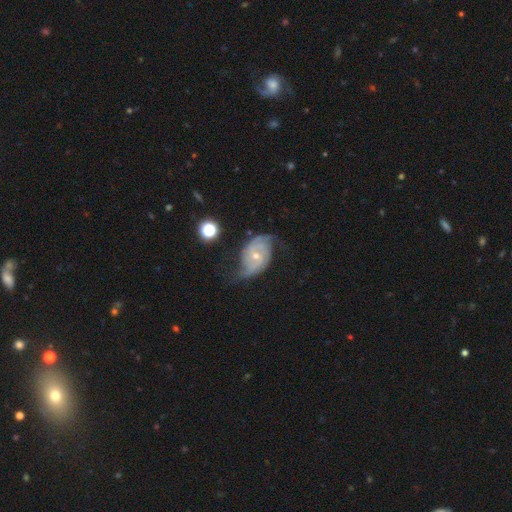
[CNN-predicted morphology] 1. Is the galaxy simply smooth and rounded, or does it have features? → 84% featured or disk, 10% smooth, 6% star or artifact.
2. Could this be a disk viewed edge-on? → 97% no, 3% yes.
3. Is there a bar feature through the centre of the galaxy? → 63% no, 30% weak, 7% strong.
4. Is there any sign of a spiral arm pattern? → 95% yes, 5% no.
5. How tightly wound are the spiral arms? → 42% medium, 30% tight, 28% loose.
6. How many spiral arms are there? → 73% 2, 11% can't tell, 9% 3, 3% 1, 3% 4, 2% more than 4.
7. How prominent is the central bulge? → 60% small, 37% moderate, 1% large, 1% none, 1% dominant.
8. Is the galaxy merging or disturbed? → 58% none, 26% minor disturbance, 14% major disturbance, 2% merger.